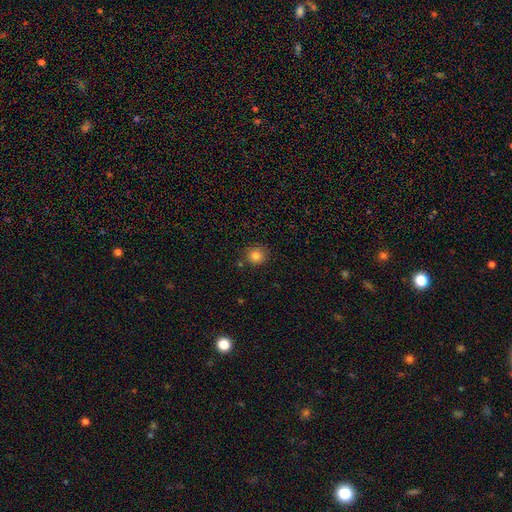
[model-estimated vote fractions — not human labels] Q: Smooth or featured?
A: smooth (83%); runner-up: star or artifact (11%)
Q: How rounded?
A: round (89%); runner-up: in between (10%)
Q: Merging?
A: none (81%); runner-up: minor disturbance (11%)